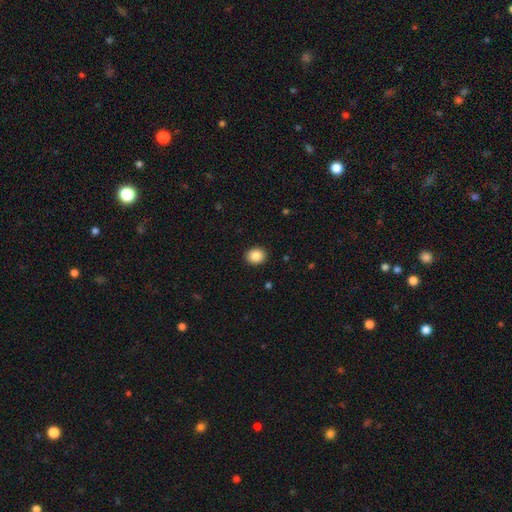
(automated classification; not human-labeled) Smooth or featured: smooth — 87% (star or artifact — 9%)
How rounded: round — 71% (in between — 29%)
Merging: none — 91% (minor disturbance — 6%)